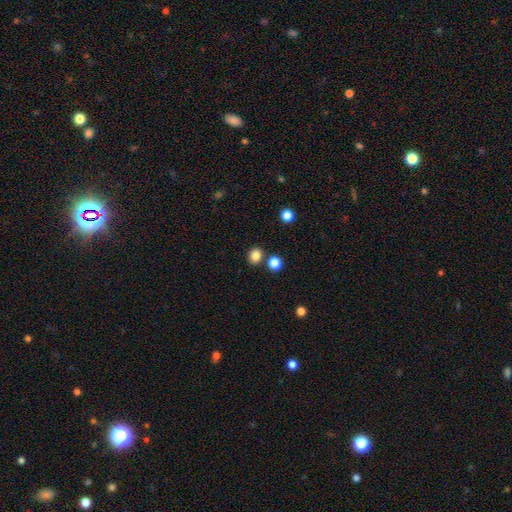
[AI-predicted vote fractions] Morphology: type=smooth (84%); roundness=round (69%); merging=none (79%).